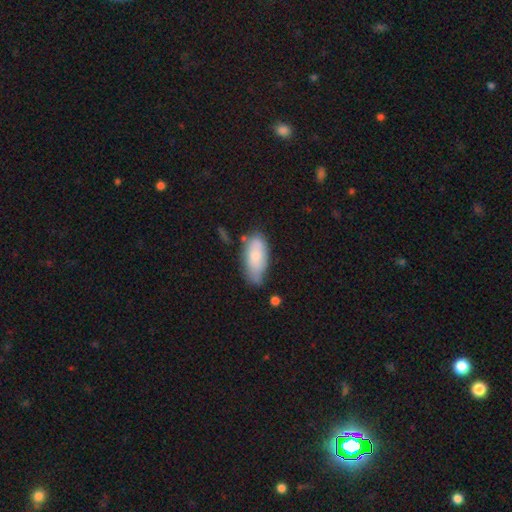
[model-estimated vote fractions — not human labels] Smooth or featured? smooth (75%)
How rounded? in between (89%)
Merging? none (51%)